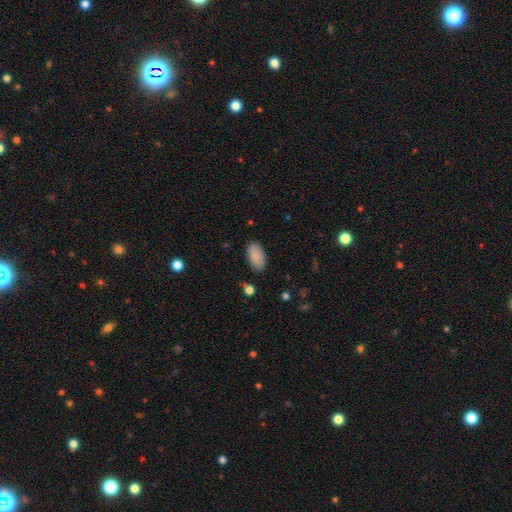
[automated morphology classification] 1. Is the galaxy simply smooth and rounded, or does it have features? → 88% smooth, 6% star or artifact, 5% featured or disk.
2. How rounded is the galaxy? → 95% in between, 3% round, 2% cigar-shaped.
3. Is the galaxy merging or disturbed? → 84% none, 11% minor disturbance, 3% major disturbance, 2% merger.